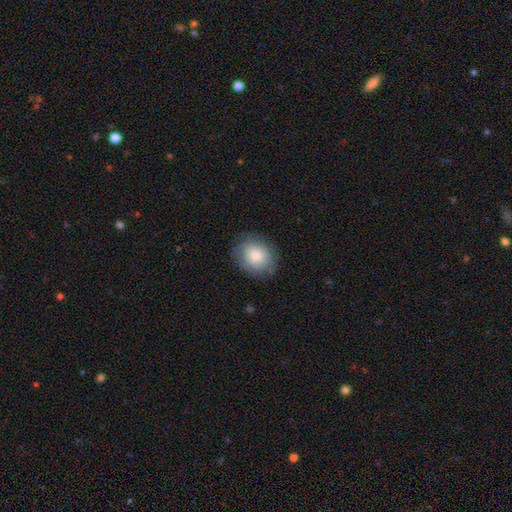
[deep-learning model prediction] Smooth or featured?
  - smooth: 78% *
  - featured or disk: 14%
  - star or artifact: 8%
How rounded?
  - round: 65% *
  - in between: 34%
  - cigar-shaped: 1%
Merging?
  - none: 80% *
  - minor disturbance: 15%
  - major disturbance: 5%
  - merger: 1%